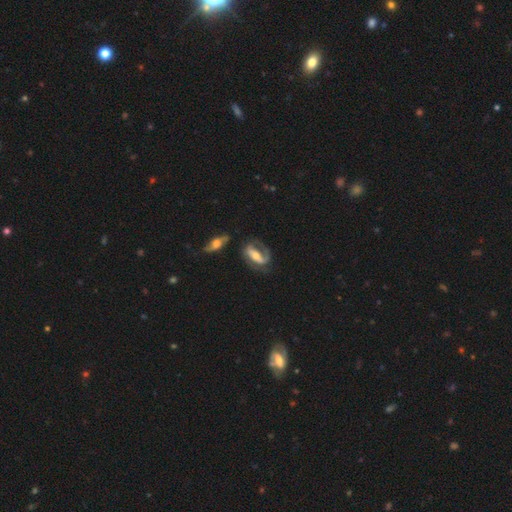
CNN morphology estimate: Smooth or featured: featured or disk — 78% (smooth — 17%)
Edge-on disk: no — 92% (yes — 8%)
Bar: strong — 52% (weak — 27%)
Spiral arms: yes — 86% (no — 14%)
Spiral winding: medium — 42% (tight — 33%)
Spiral arm count: 2 — 62% (1 — 28%)
Bulge size: moderate — 58% (small — 30%)
Merging: none — 55% (minor disturbance — 20%)